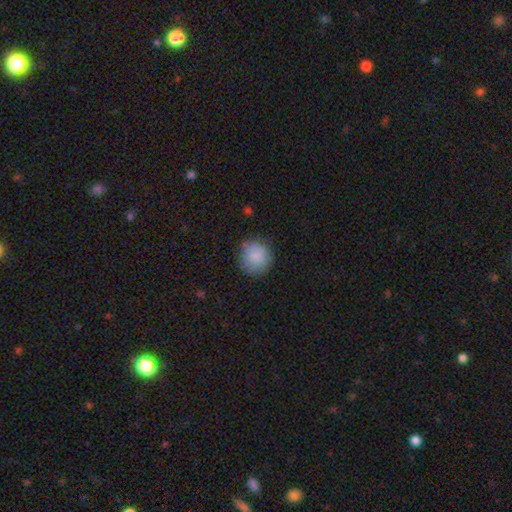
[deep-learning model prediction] smooth 86%, star or artifact 7%, featured or disk 7%. Down the decision tree: how rounded — round (91%); merging — none (81%).